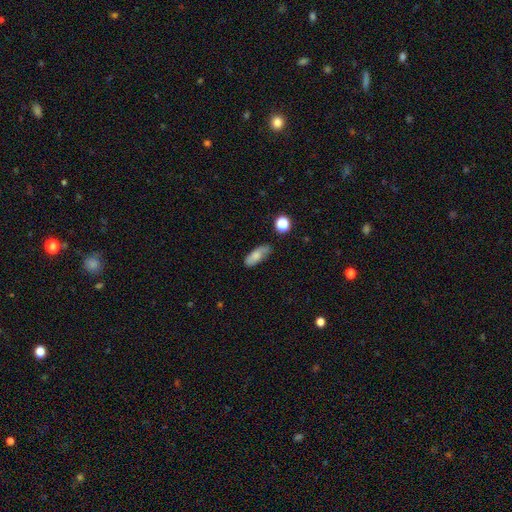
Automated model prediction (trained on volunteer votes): smooth_or_featured: smooth (p=0.74) [alt: featured or disk p=0.17]
how_rounded: in between (p=0.76) [alt: cigar-shaped p=0.21]
merging: none (p=0.69) [alt: minor disturbance p=0.23]